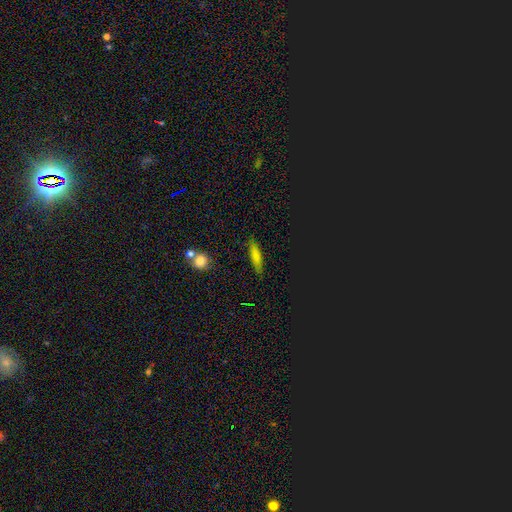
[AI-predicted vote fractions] smooth 72%, star or artifact 14%, featured or disk 14%. Down the decision tree: how rounded — cigar-shaped (71%); merging — none (85%).